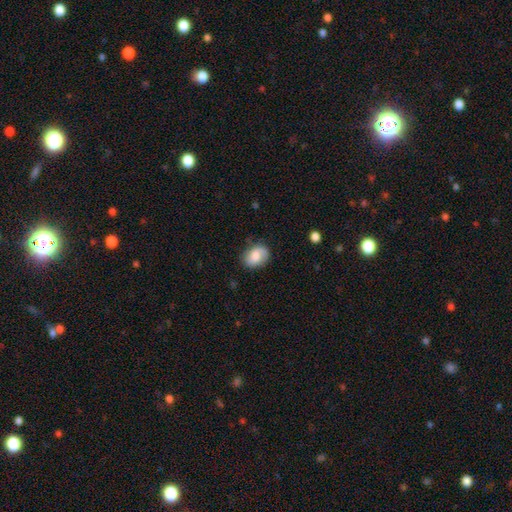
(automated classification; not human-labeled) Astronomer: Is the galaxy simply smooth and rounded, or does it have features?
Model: smooth — 65%.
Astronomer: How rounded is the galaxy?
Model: in between — 67%.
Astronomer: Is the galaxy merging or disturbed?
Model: none — 73%.